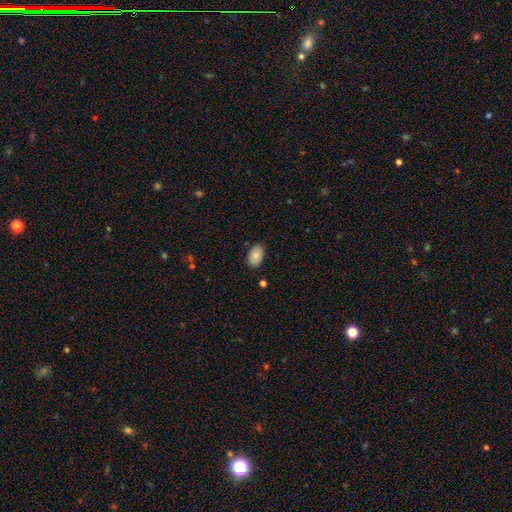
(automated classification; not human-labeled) Smooth or featured: smooth — 85% (featured or disk — 8%)
How rounded: in between — 92% (round — 7%)
Merging: none — 86% (minor disturbance — 11%)